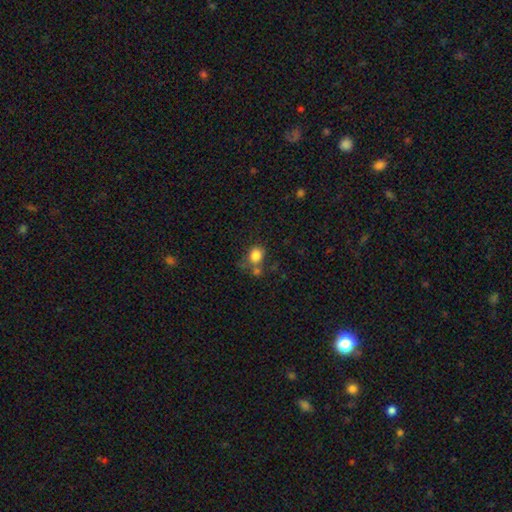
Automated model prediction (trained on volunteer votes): Q: Smooth or featured?
A: smooth (81%); runner-up: star or artifact (11%)
Q: How rounded?
A: round (63%); runner-up: in between (36%)
Q: Merging?
A: none (50%); runner-up: merger (23%)